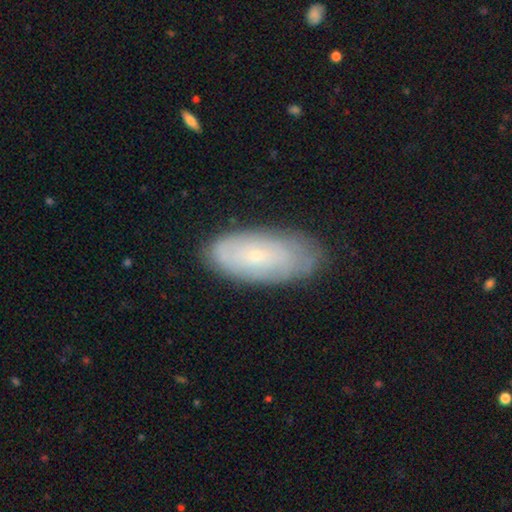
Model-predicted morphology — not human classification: Smooth or featured: featured or disk — 47% (smooth — 46%)
Merging: none — 76% (minor disturbance — 19%)